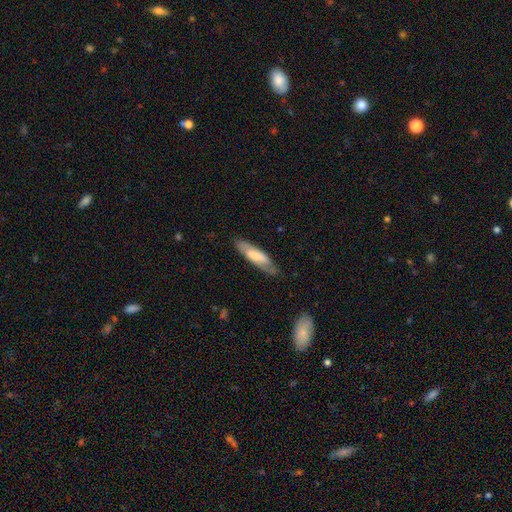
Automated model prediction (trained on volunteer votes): A smooth galaxy with no disk features (56%) that is cigar-shaped (58%). Merging: none (76%).